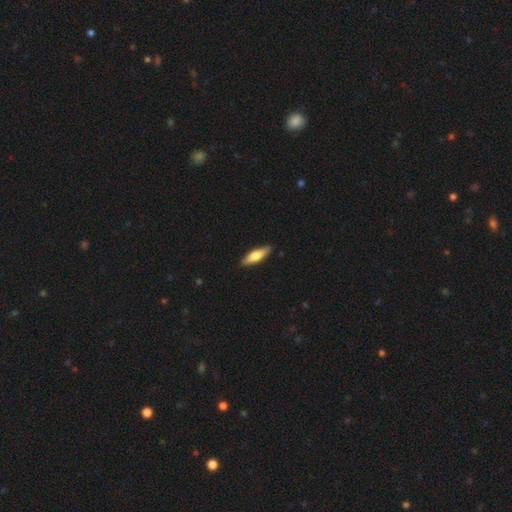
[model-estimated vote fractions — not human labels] Smooth or featured: smooth — 62% (featured or disk — 33%)
How rounded: cigar-shaped — 57% (in between — 41%)
Merging: none — 89% (minor disturbance — 9%)